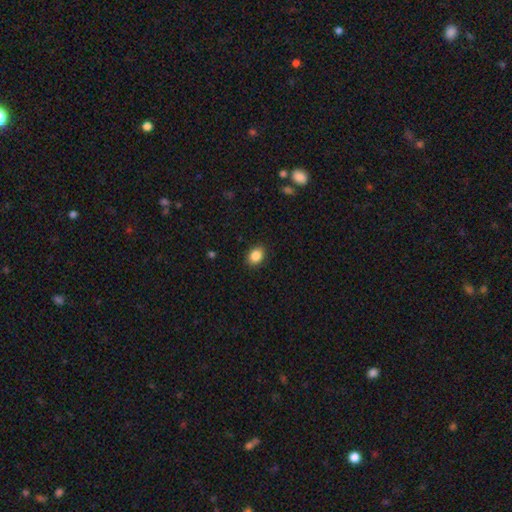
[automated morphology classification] This appears to be a smooth galaxy with no disk features (86%) that is in between round and cigar-shaped (59%). Merging: none (89%).